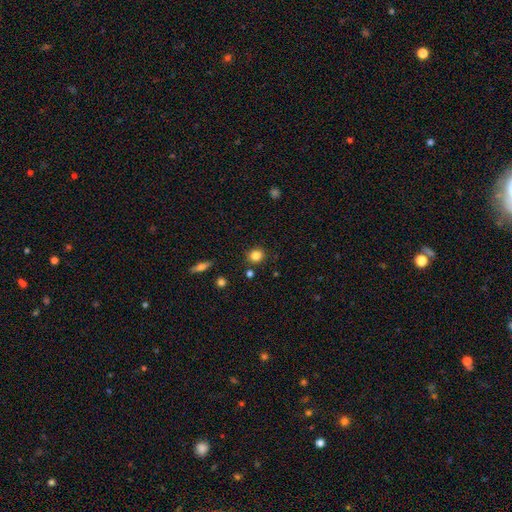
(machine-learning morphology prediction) Smooth or featured? smooth (83%)
How rounded? round (84%)
Merging? none (87%)